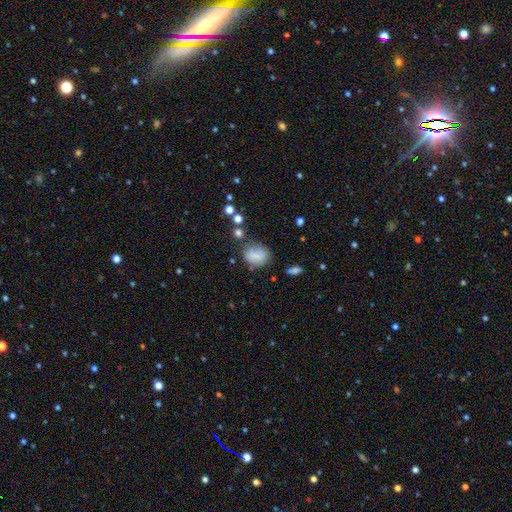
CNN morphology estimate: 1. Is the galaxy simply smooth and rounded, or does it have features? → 78% smooth, 11% featured or disk, 11% star or artifact.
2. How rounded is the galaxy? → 53% round, 45% in between, 1% cigar-shaped.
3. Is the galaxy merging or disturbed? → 64% none, 22% minor disturbance, 8% major disturbance, 7% merger.